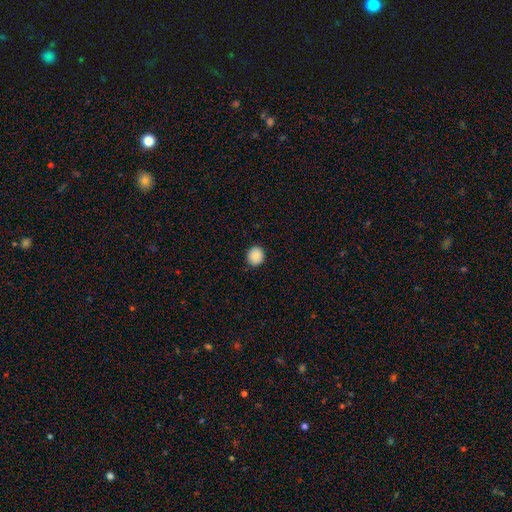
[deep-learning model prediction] Smooth or featured?
  - smooth: 89% *
  - star or artifact: 9%
  - featured or disk: 2%
How rounded?
  - round: 86% *
  - in between: 13%
  - cigar-shaped: 1%
Merging?
  - none: 90% *
  - minor disturbance: 7%
  - major disturbance: 2%
  - merger: 1%